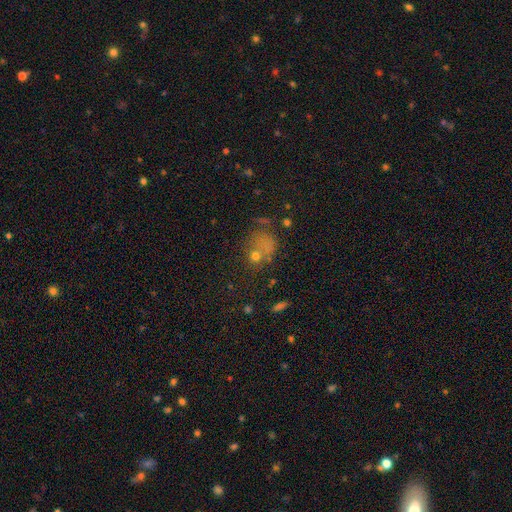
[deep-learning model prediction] smooth_or_featured: smooth (p=0.43) [alt: star or artifact p=0.36]
merging: none (p=0.48) [alt: major disturbance p=0.22]